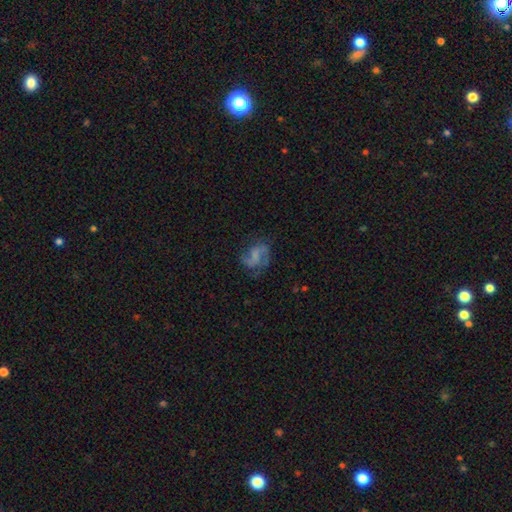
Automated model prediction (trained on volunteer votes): featured or disk 67%, smooth 24%, star or artifact 9%. Down the decision tree: edge-on disk — no (98%); bar — no (46%); spiral arms — yes (87%); spiral arm count — 2 (75%); spiral winding — loose (45%); bulge size — none (53%); merging — none (56%).